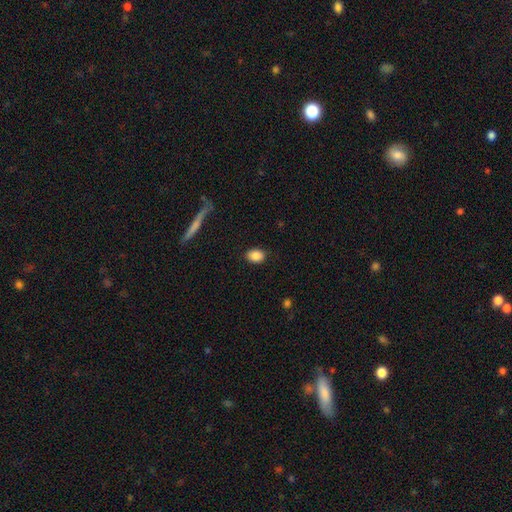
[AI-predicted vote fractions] smooth_or_featured: smooth (p=0.87) [alt: star or artifact p=0.08]
how_rounded: in between (p=0.74) [alt: round p=0.25]
merging: none (p=0.87) [alt: minor disturbance p=0.09]